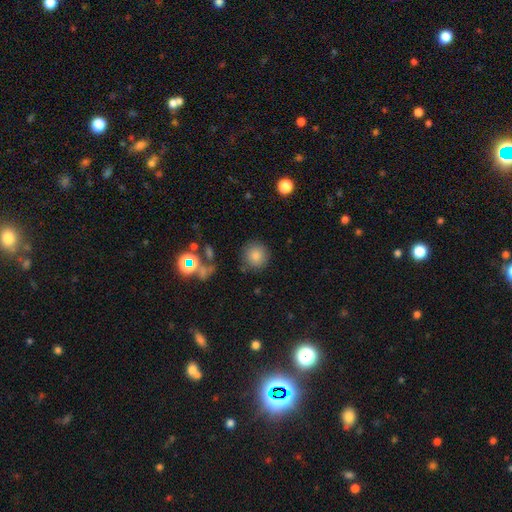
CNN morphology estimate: Q: Smooth or featured?
A: smooth (81%); runner-up: star or artifact (12%)
Q: How rounded?
A: round (93%); runner-up: in between (6%)
Q: Merging?
A: none (83%); runner-up: minor disturbance (10%)